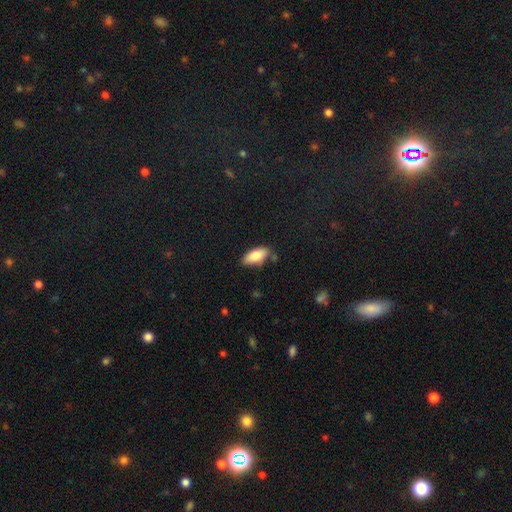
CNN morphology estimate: This is clearly a smooth galaxy (82%). How rounded: clearly in between (84%). Merging: likely none (73%).